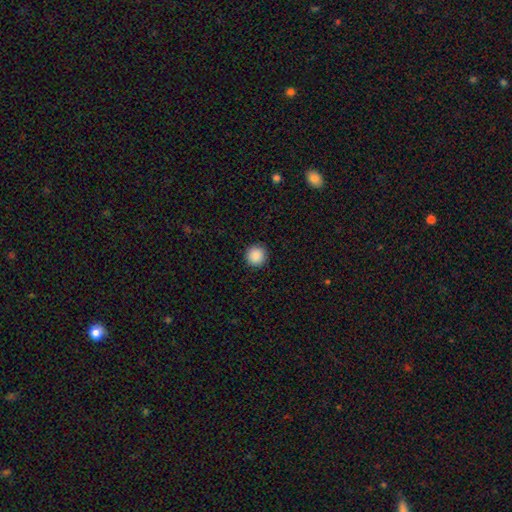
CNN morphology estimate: Smooth or featured? Predicted: smooth (p=0.89). How rounded? Predicted: round (p=0.95). Merging? Predicted: none (p=0.92).